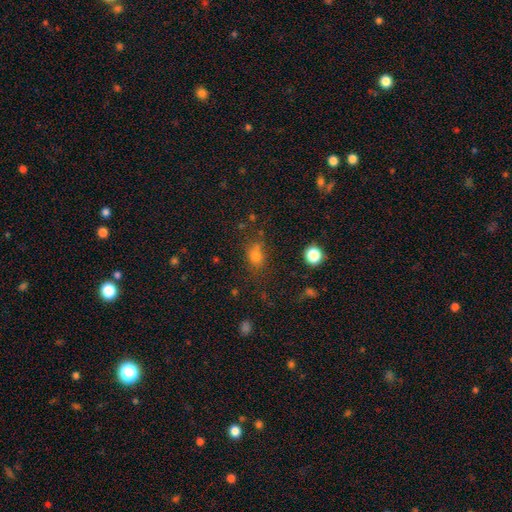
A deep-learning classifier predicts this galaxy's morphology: smooth-or-featured: smooth: 73% | star or artifact: 19% | featured or disk: 8%
  how-rounded: round: 50% | in between: 48% | cigar-shaped: 2%
  merging: none: 66% | minor disturbance: 18% | merger: 8% | major disturbance: 7%